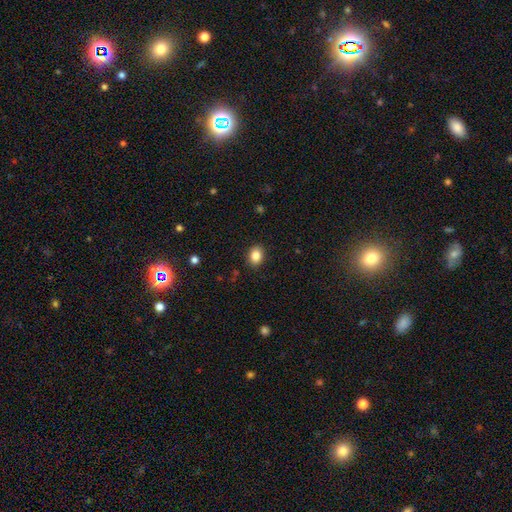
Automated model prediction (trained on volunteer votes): Smooth or featured: smooth — 85% (star or artifact — 9%)
How rounded: in between — 61% (round — 38%)
Merging: none — 88% (minor disturbance — 8%)